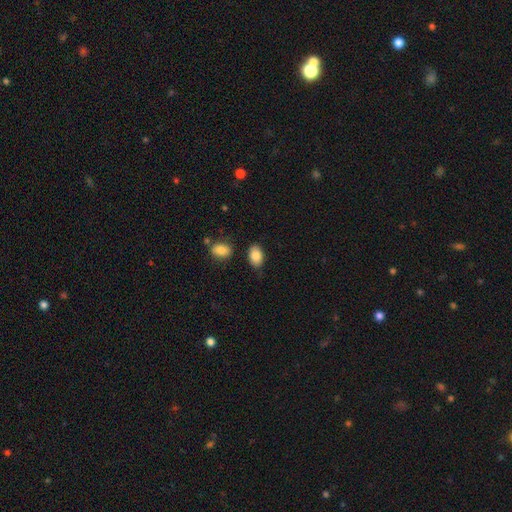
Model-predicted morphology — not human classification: This is clearly a smooth galaxy (87%). How rounded: clearly in between (88%). Merging: clearly none (81%).